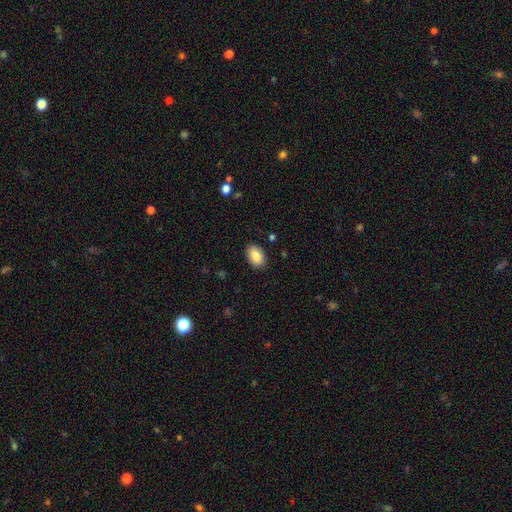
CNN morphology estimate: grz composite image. It shows a smooth galaxy with no disk features (85%) that is in between round and cigar-shaped (89%). Merging: none (88%).